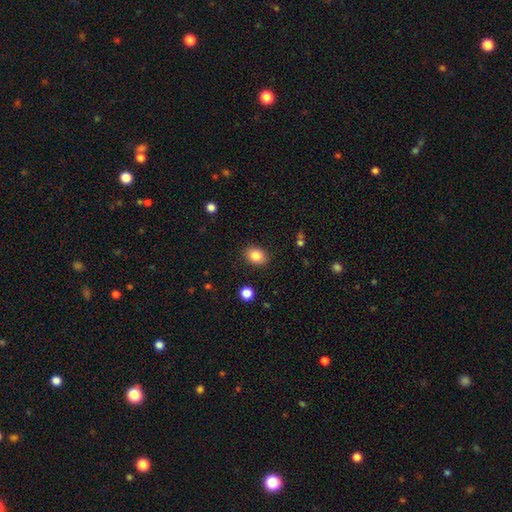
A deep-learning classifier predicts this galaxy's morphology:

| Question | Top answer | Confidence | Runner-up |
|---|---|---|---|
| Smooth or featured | smooth | 84% | star or artifact (9%) |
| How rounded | in between | 58% | round (41%) |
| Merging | none | 87% | minor disturbance (9%) |